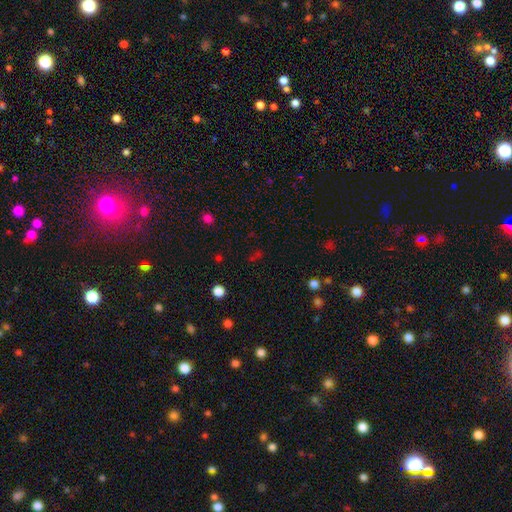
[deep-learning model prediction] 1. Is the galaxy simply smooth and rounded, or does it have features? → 53% star or artifact, 39% smooth, 8% featured or disk.